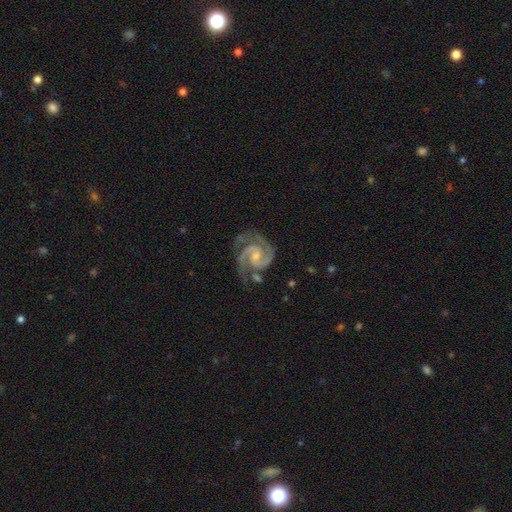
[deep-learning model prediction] A featured or disk galaxy (93%) with no bar (51%), 2 (80%) medium (53%) spiral arms (99%) and a small central bulge (57%). Merging: none (62%).